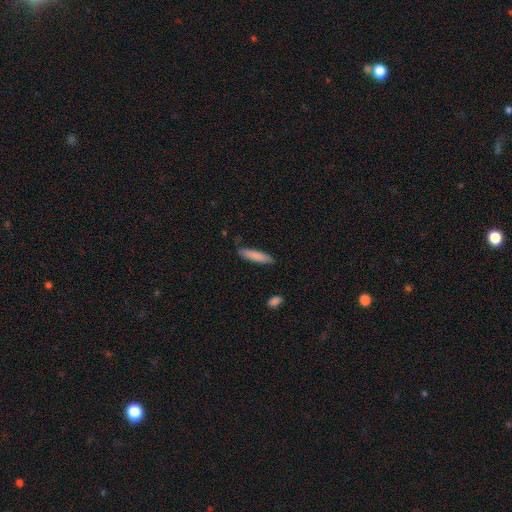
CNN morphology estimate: smooth_or_featured: smooth (p=0.84) [alt: featured or disk p=0.10]
how_rounded: cigar-shaped (p=0.80) [alt: in between p=0.19]
merging: none (p=0.83) [alt: minor disturbance p=0.13]